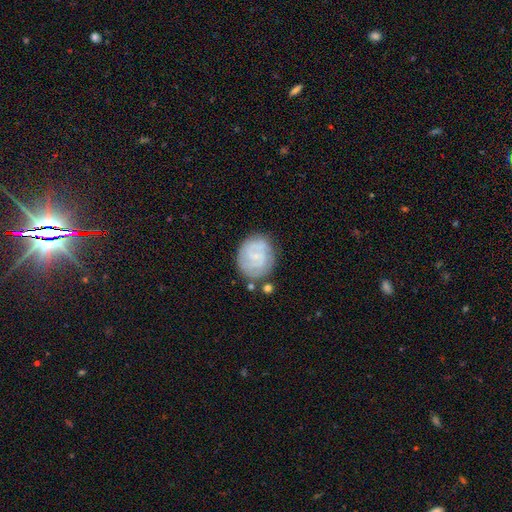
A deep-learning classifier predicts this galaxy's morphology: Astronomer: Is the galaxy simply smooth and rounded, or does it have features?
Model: featured or disk — 69%.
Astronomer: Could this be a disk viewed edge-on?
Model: no — 98%.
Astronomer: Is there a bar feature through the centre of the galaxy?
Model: no — 46% (runner-up: weak, 44%).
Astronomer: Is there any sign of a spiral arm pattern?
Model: yes — 89%.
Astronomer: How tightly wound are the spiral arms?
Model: tight — 61%.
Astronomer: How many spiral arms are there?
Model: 2 — 43% (runner-up: can't tell, 28%).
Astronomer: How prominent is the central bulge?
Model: small — 70%.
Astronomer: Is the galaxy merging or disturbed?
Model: none — 72%.